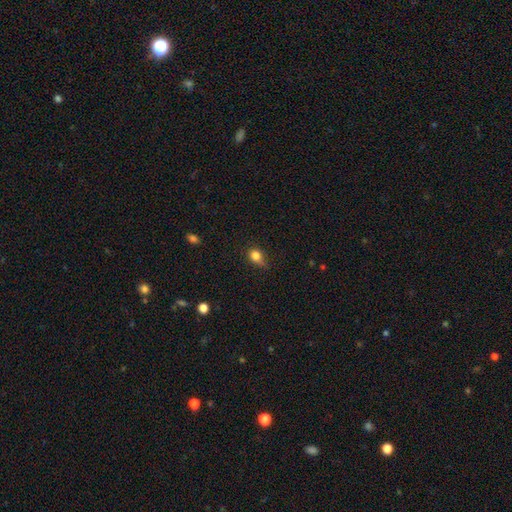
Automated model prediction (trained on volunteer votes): The model was most divided on "how rounded": round: 56%, in between: 42%, cigar-shaped: 2%. More confident: smooth or featured — smooth (82%); merging — none (57%).